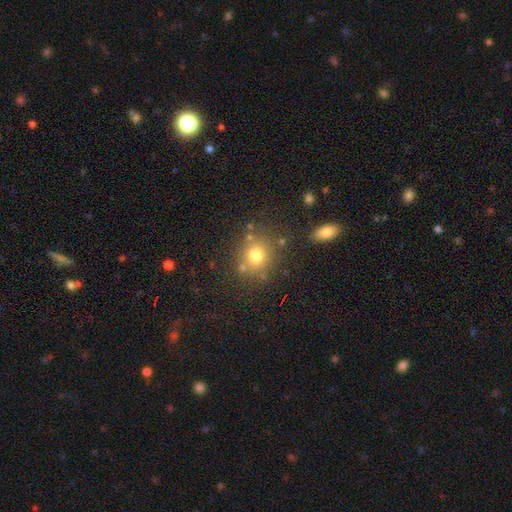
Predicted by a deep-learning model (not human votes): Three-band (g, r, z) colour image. It shows a smooth galaxy with no disk features (73%) that is round (81%). Merging: none (77%).